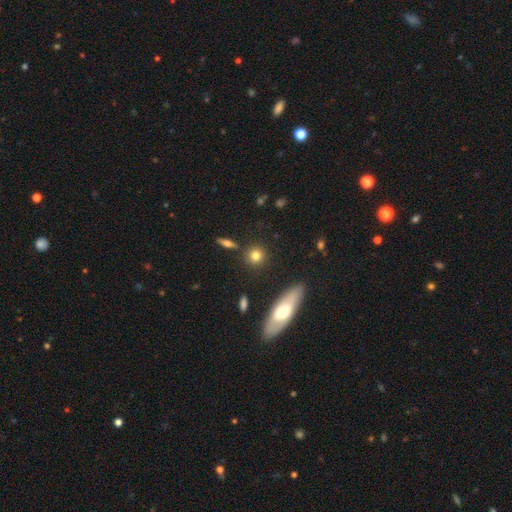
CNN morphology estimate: Smooth or featured? Predicted: smooth (p=0.79). How rounded? Predicted: round (p=0.87). Merging? Predicted: none (p=0.84).